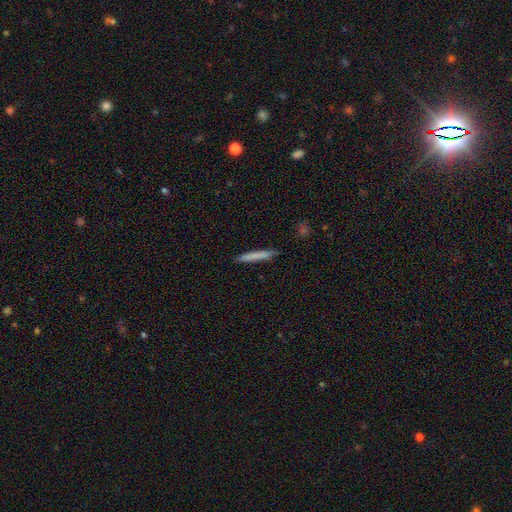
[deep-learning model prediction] The model was most divided on "smooth or featured": smooth: 75%, featured or disk: 20%, star or artifact: 6%. More confident: how rounded — cigar-shaped (96%); merging — none (89%).